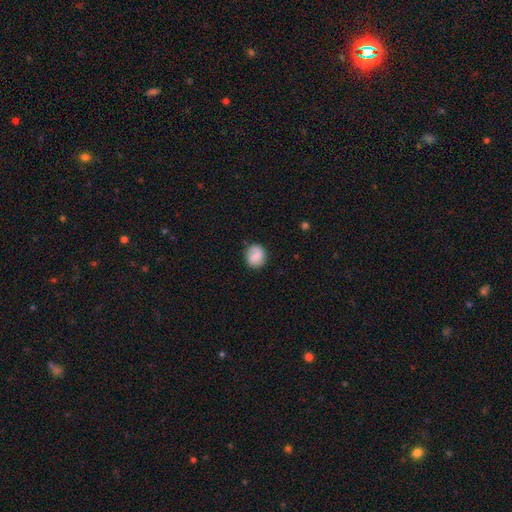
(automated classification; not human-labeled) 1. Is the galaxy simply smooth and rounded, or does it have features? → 76% smooth, 16% featured or disk, 8% star or artifact.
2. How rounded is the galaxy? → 74% round, 25% in between, 1% cigar-shaped.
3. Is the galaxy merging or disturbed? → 77% none, 16% minor disturbance, 5% major disturbance, 2% merger.